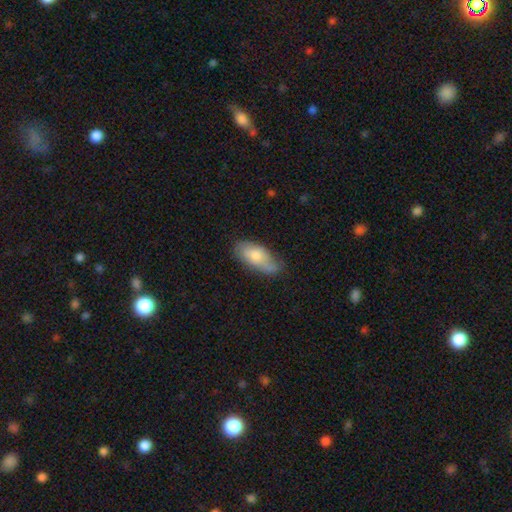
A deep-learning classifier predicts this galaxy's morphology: smooth 71%, featured or disk 23%, star or artifact 6%. Down the decision tree: how rounded — in between (89%); merging — none (58%).